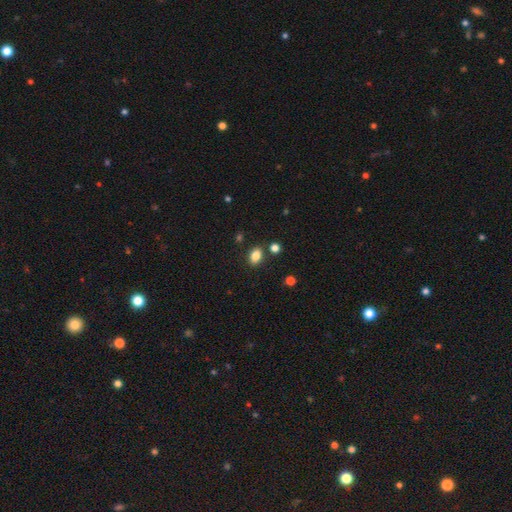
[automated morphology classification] type=smooth (84%); roundness=in between (79%); merging=none (81%).